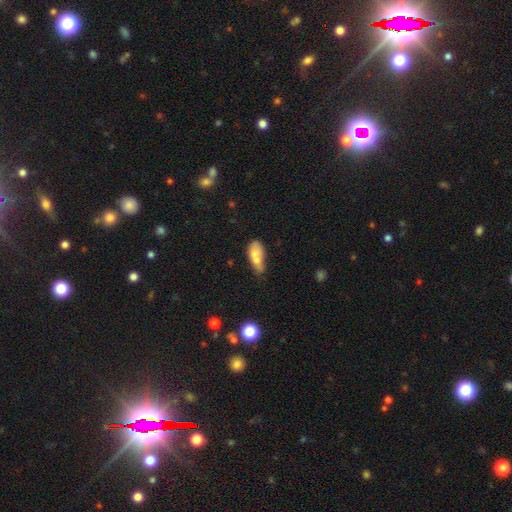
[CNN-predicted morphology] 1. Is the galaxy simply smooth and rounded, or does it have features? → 66% smooth, 25% featured or disk, 9% star or artifact.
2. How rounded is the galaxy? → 79% in between, 13% cigar-shaped, 8% round.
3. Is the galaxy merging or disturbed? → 47% merger, 24% none, 19% minor disturbance, 10% major disturbance.